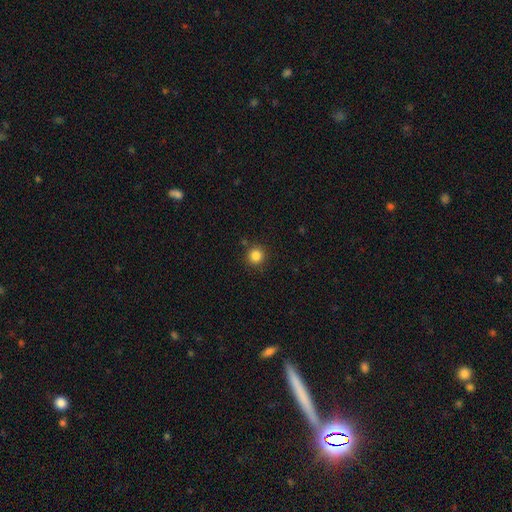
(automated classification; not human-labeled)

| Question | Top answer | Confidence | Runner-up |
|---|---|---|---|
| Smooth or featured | smooth | 84% | star or artifact (11%) |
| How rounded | round | 93% | in between (6%) |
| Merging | none | 88% | minor disturbance (7%) |